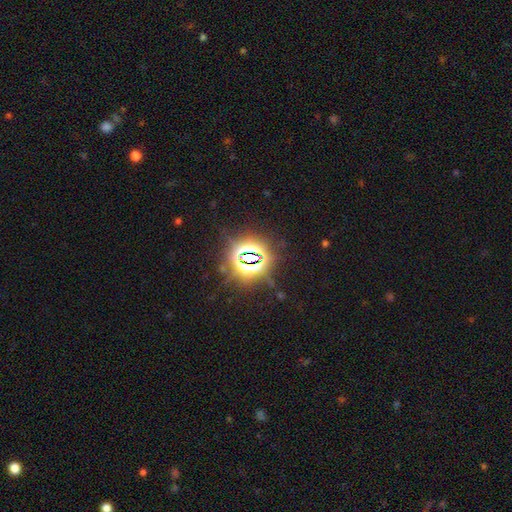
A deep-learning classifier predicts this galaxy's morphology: This appears to be a star or artifact, not a galaxy (83%).